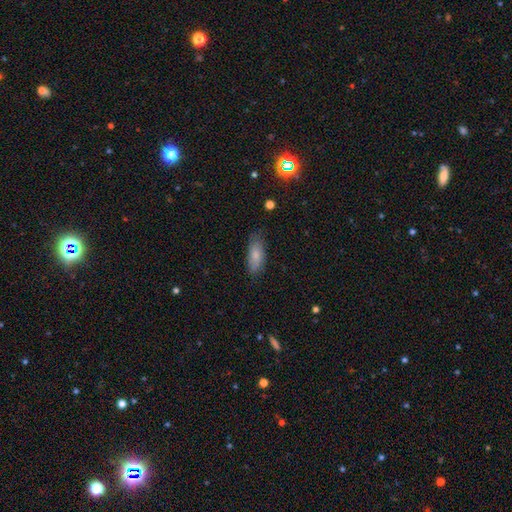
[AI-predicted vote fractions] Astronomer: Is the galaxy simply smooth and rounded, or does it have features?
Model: smooth — 78%.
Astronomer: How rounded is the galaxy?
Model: in between — 78%.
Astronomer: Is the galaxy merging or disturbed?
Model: none — 73%.